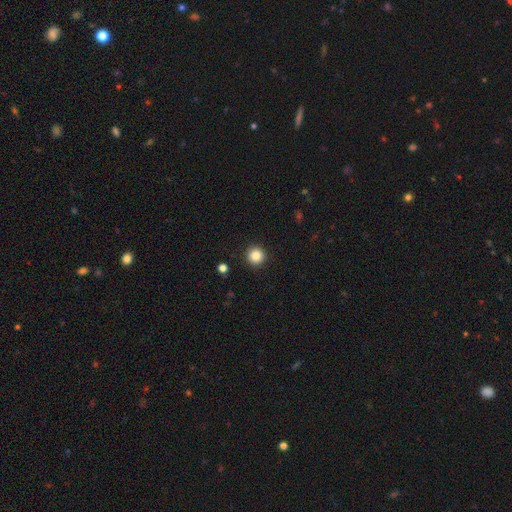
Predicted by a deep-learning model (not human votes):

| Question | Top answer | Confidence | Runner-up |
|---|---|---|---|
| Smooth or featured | smooth | 86% | star or artifact (10%) |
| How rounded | round | 95% | in between (4%) |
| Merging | none | 92% | minor disturbance (5%) |